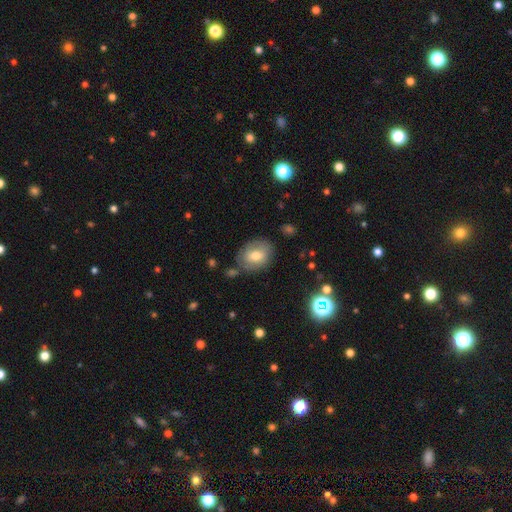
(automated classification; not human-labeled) Smooth or featured? Predicted: smooth (p=0.67). How rounded? Predicted: in between (p=0.57). Merging? Predicted: none (p=0.74).